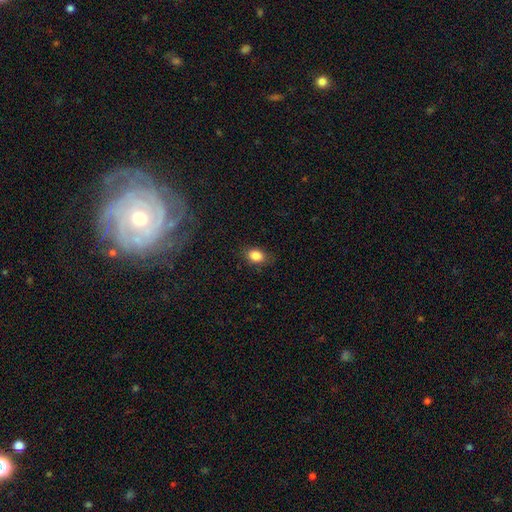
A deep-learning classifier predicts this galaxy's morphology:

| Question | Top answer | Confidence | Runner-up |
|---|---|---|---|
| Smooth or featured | smooth | 85% | star or artifact (9%) |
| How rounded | in between | 72% | round (26%) |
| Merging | none | 81% | minor disturbance (14%) |